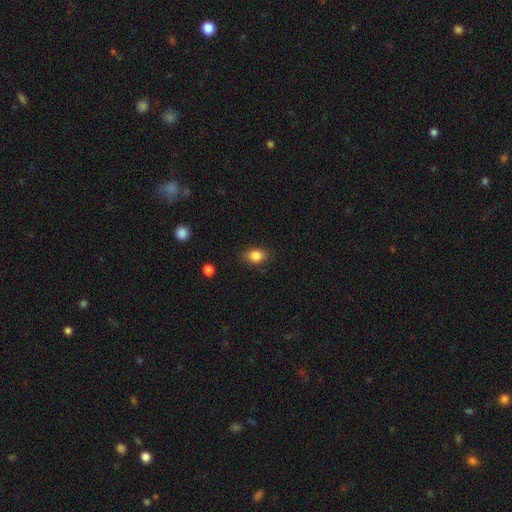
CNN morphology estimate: Smooth or featured? smooth (85%)
How rounded? in between (70%)
Merging? none (83%)